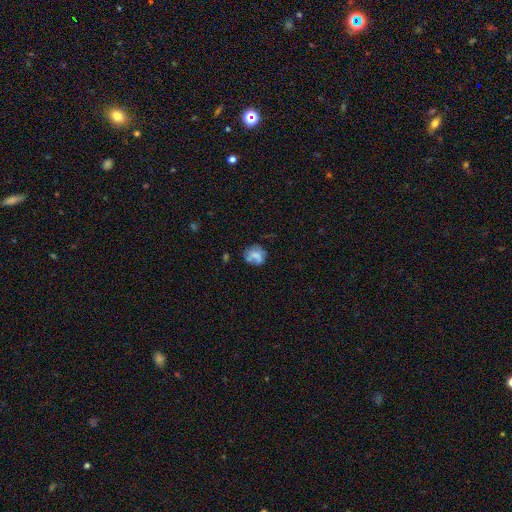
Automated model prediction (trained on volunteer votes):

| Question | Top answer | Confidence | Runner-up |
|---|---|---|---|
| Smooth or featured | smooth | 57% | featured or disk (31%) |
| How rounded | round | 62% | in between (37%) |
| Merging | none | 46% | minor disturbance (25%) |